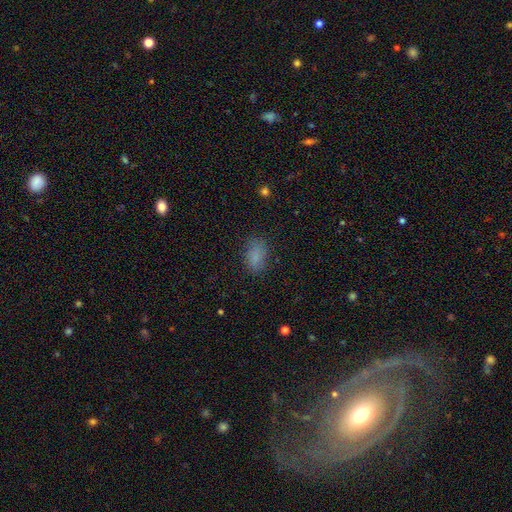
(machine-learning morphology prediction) Overall: smooth (82%). How rounded: in between (87%). Merging: none (78%).